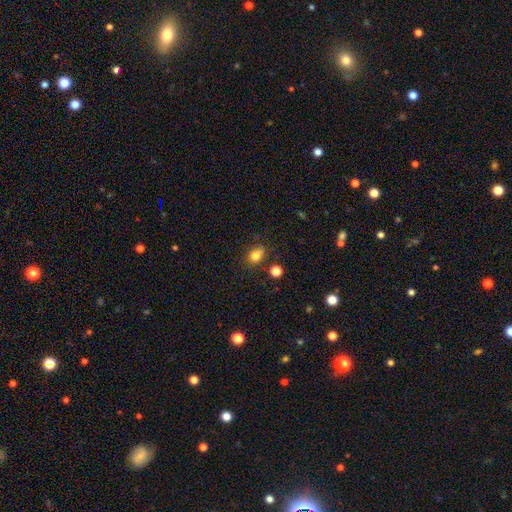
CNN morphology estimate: smooth_or_featured: smooth (p=0.79) [alt: star or artifact p=0.13]
how_rounded: in between (p=0.59) [alt: round p=0.39]
merging: none (p=0.63) [alt: minor disturbance p=0.23]